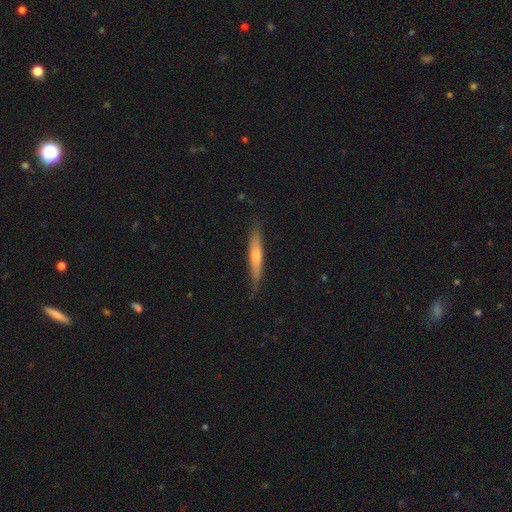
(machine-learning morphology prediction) A smooth galaxy with no disk features (48%). Merging: none (82%).